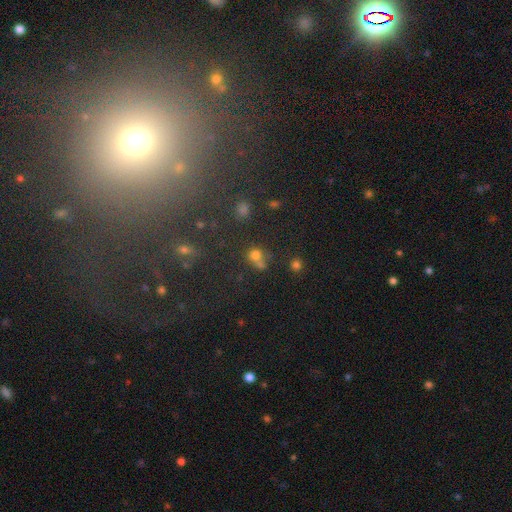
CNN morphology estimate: A smooth galaxy with no disk features (68%) that is round (81%). Merging: none (45%).